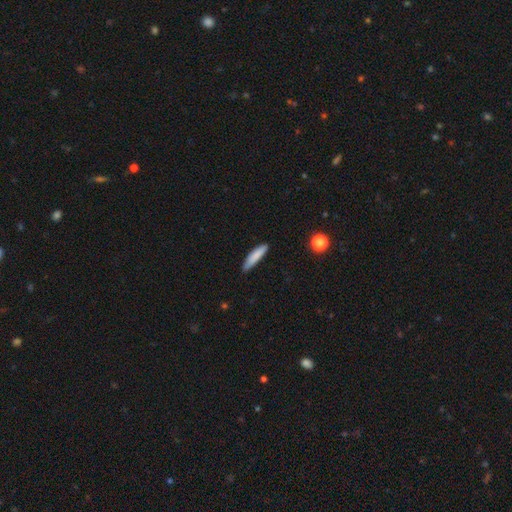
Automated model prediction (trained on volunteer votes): This appears to be a smooth galaxy with no disk features (83%) that is cigar-shaped (83%). Merging: none (83%).